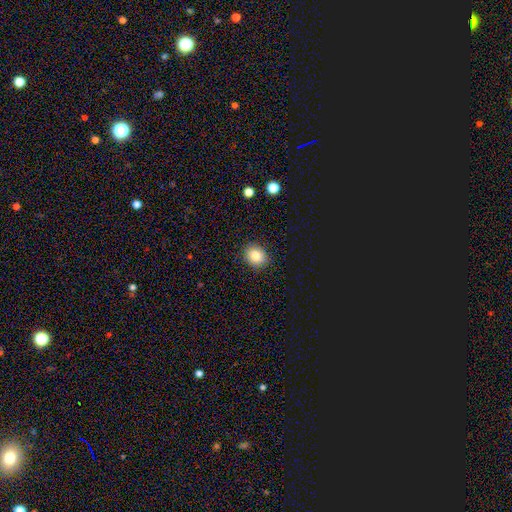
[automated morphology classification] A smooth galaxy with no disk features (83%) that is round (66%). Merging: none (90%).